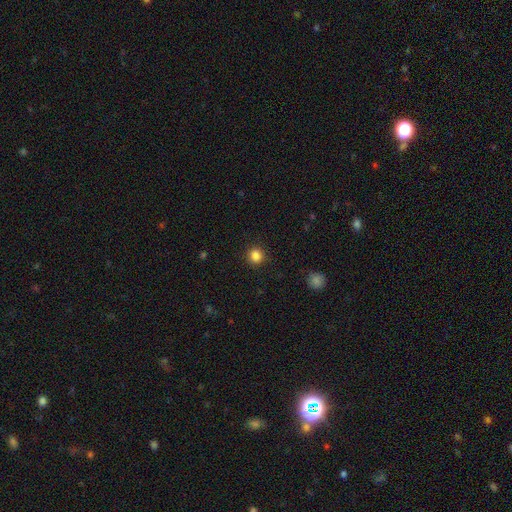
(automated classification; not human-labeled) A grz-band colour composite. It shows a smooth galaxy with no disk features (84%) that is round (92%). Merging: none (92%).